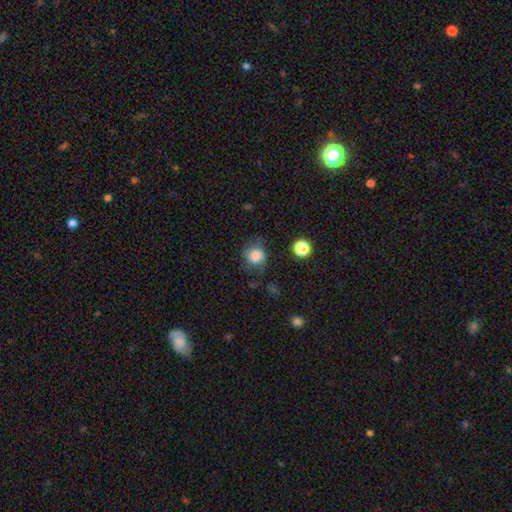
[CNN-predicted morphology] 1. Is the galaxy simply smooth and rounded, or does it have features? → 80% smooth, 10% star or artifact, 10% featured or disk.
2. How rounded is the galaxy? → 75% round, 24% in between, 1% cigar-shaped.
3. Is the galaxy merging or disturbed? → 56% none, 26% minor disturbance, 15% major disturbance, 3% merger.